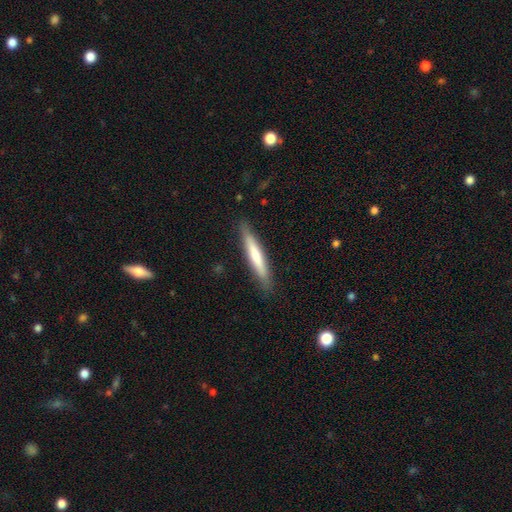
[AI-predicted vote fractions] Smooth or featured: smooth — 63% (featured or disk — 32%)
How rounded: cigar-shaped — 93% (in between — 6%)
Merging: none — 88% (minor disturbance — 9%)